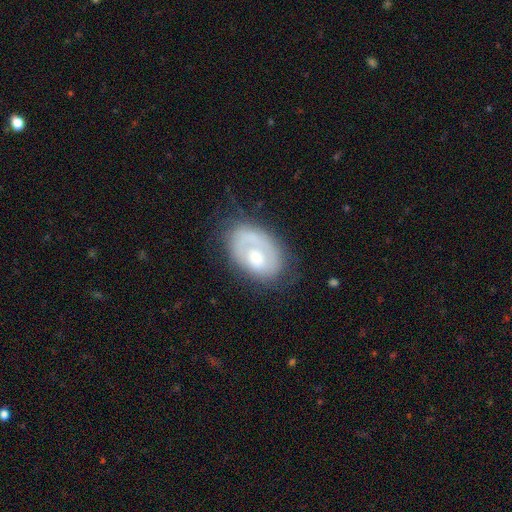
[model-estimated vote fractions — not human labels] Q: Smooth or featured?
A: featured or disk (52%); runner-up: smooth (41%)
Q: Edge-on disk?
A: no (95%); runner-up: yes (5%)
Q: Merging?
A: none (57%); runner-up: minor disturbance (24%)